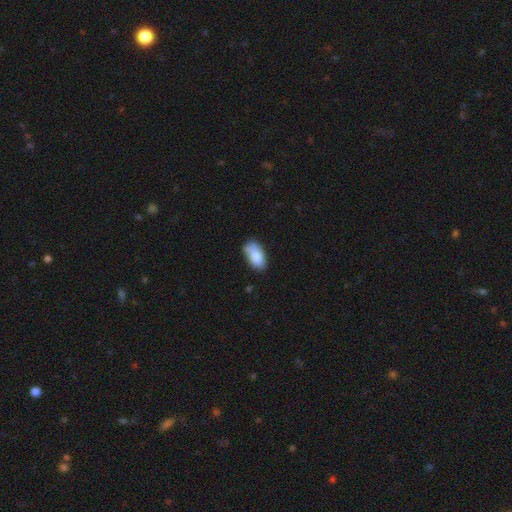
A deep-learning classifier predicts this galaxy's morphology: This is clearly a smooth galaxy (83%). How rounded: clearly in between (94%). Merging: likely none (64%).